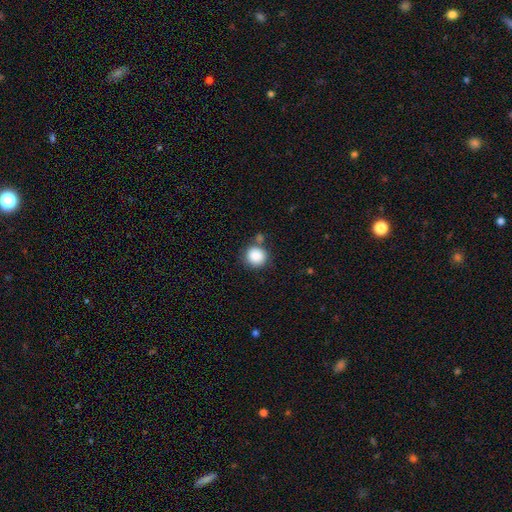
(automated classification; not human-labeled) Smooth or featured: smooth — 87% (star or artifact — 9%)
How rounded: round — 90% (in between — 9%)
Merging: none — 75% (minor disturbance — 12%)